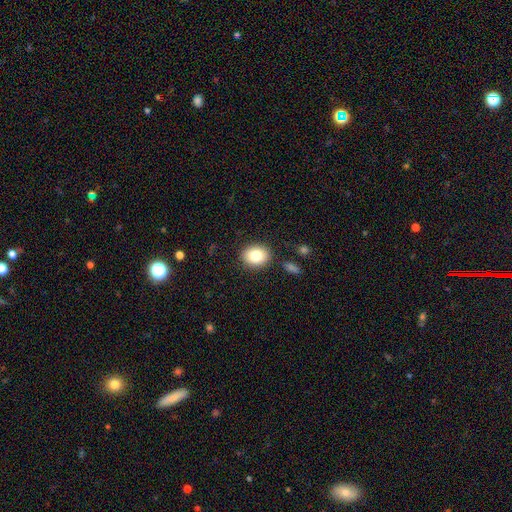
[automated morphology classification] A smooth galaxy with no disk features (81%) that is round (50%). Merging: none (87%).